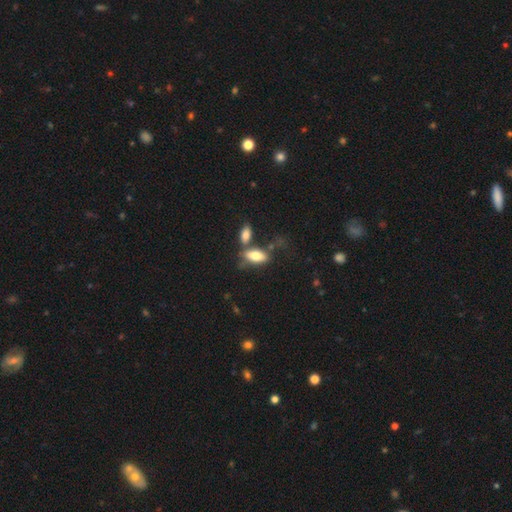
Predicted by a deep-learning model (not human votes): Smooth or featured: smooth — 76% (featured or disk — 17%)
How rounded: in between — 86% (cigar-shaped — 10%)
Merging: none — 48% (merger — 28%)